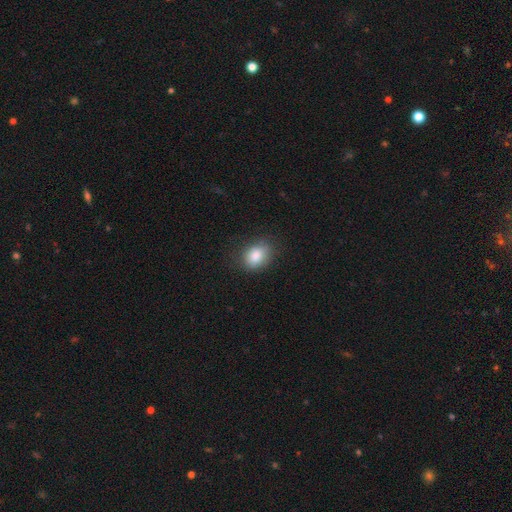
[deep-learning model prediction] The model was most divided on "how rounded": in between: 65%, round: 34%, cigar-shaped: 1%. More confident: smooth or featured — smooth (85%); merging — none (75%).